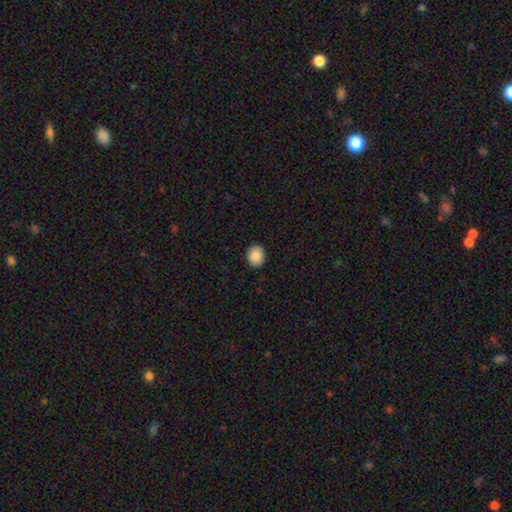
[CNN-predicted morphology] This is clearly a smooth galaxy (89%). How rounded: likely round (62%). Merging: clearly none (91%).